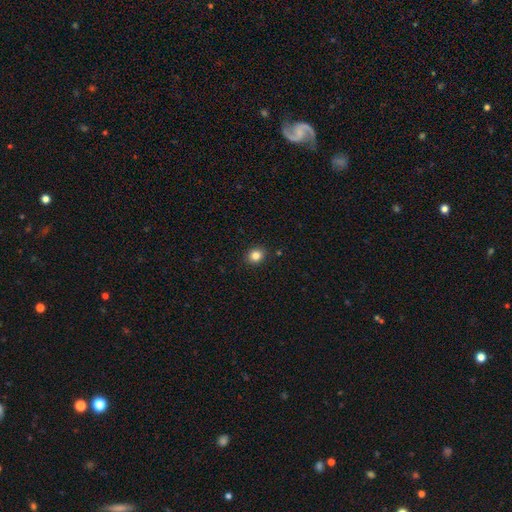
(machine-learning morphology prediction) Smooth or featured: smooth — 83% (star or artifact — 11%)
How rounded: round — 66% (in between — 33%)
Merging: none — 90% (minor disturbance — 7%)